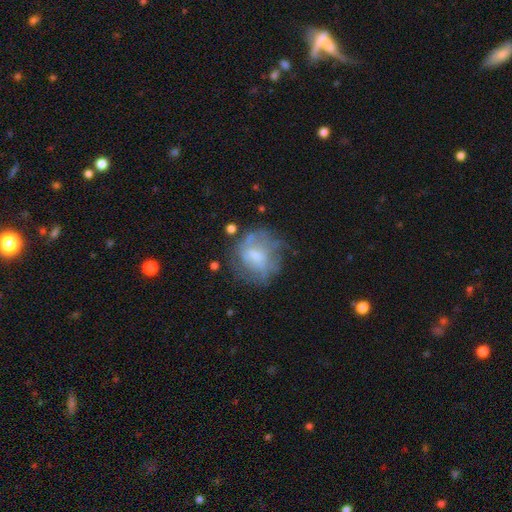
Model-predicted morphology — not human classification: smooth_or_featured: featured or disk (p=0.49) [alt: smooth p=0.41]
merging: none (p=0.55) [alt: minor disturbance p=0.22]